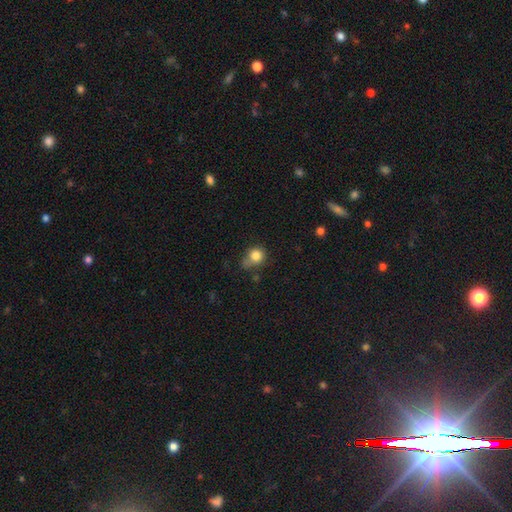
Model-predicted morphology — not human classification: smooth 82%, star or artifact 11%, featured or disk 7%. Down the decision tree: how rounded — round (81%); merging — none (51%).